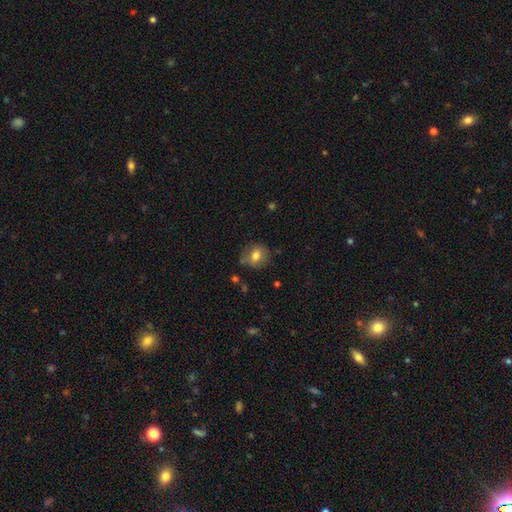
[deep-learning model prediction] A smooth galaxy with no disk features (73%) that is round (70%). Merging: none (75%).